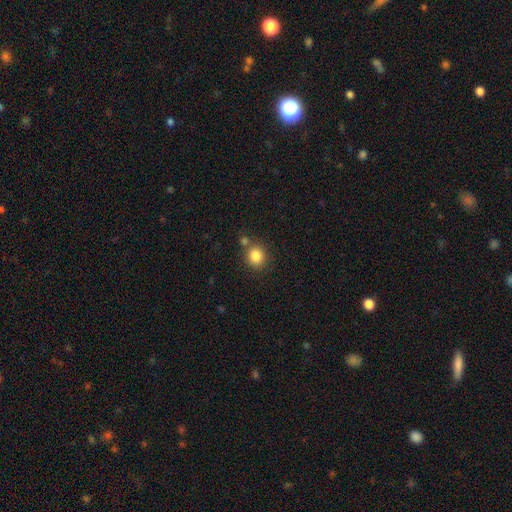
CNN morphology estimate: Smooth or featured?
  - smooth: 85% *
  - star or artifact: 10%
  - featured or disk: 5%
How rounded?
  - round: 77% *
  - in between: 23%
  - cigar-shaped: 1%
Merging?
  - none: 71% *
  - merger: 15%
  - minor disturbance: 10%
  - major disturbance: 3%